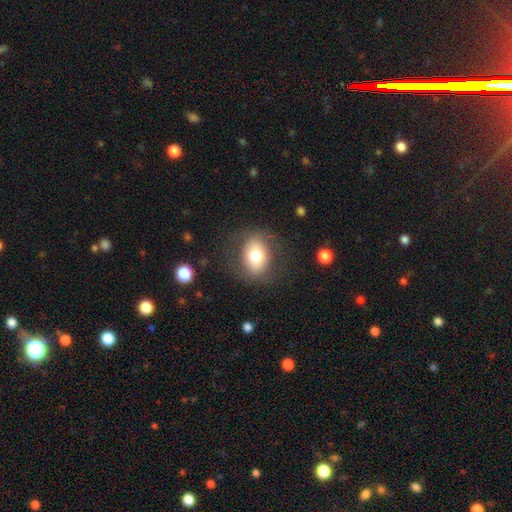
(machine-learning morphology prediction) Smooth or featured?
  - smooth: 69% *
  - featured or disk: 22%
  - star or artifact: 9%
How rounded?
  - in between: 57% *
  - round: 42%
  - cigar-shaped: 1%
Merging?
  - none: 78% *
  - minor disturbance: 13%
  - major disturbance: 8%
  - merger: 1%